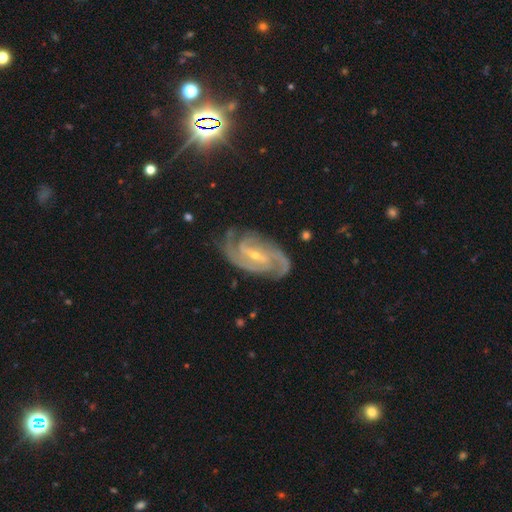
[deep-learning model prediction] smooth_or_featured: featured or disk (p=0.92) [alt: star or artifact p=0.05]
disk_edge_on: no (p=0.97) [alt: yes p=0.03]
bar: weak (p=0.42) [alt: strong p=0.33]
has_spiral_arms: yes (p=0.98) [alt: no p=0.02]
spiral_winding: tight (p=0.53) [alt: medium p=0.40]
spiral_arm_count: 2 (p=0.41) [alt: 3 p=0.31]
bulge_size: small (p=0.73) [alt: moderate p=0.24]
merging: none (p=0.76) [alt: minor disturbance p=0.17]